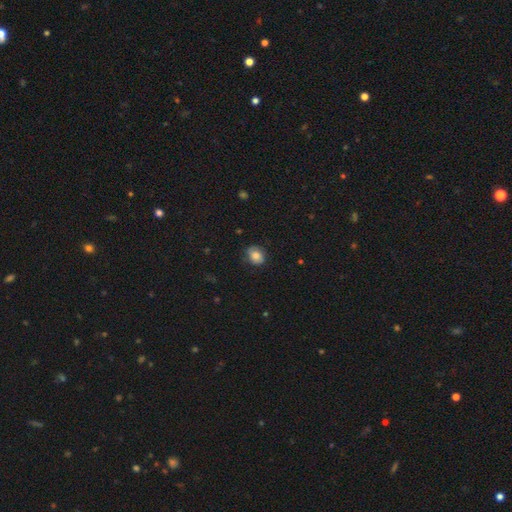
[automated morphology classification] smooth_or_featured: smooth (p=0.77) [alt: featured or disk p=0.14]
how_rounded: round (p=0.57) [alt: in between p=0.42]
merging: none (p=0.72) [alt: minor disturbance p=0.21]